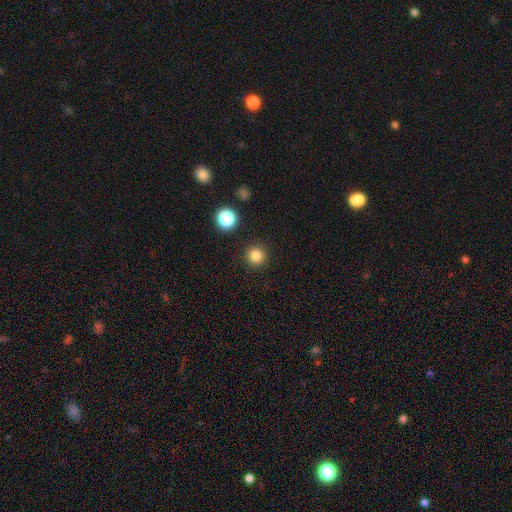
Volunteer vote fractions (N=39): A smooth galaxy with no disk features (92%) that is round (89%). Merging: none (86%).